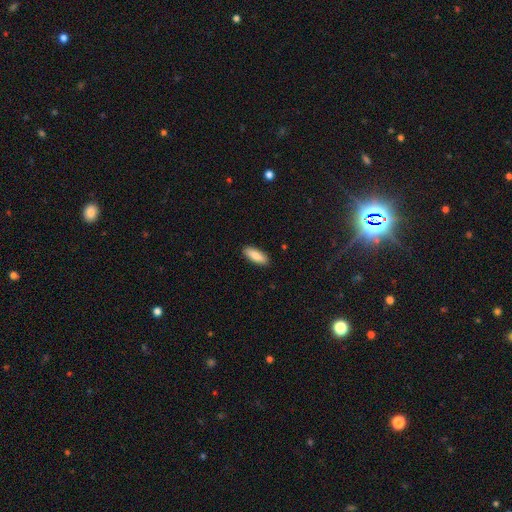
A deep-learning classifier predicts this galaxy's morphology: Smooth or featured?
  - smooth: 83% *
  - featured or disk: 11%
  - star or artifact: 6%
How rounded?
  - in between: 69% *
  - cigar-shaped: 29%
  - round: 2%
Merging?
  - none: 90% *
  - minor disturbance: 7%
  - major disturbance: 2%
  - merger: 1%